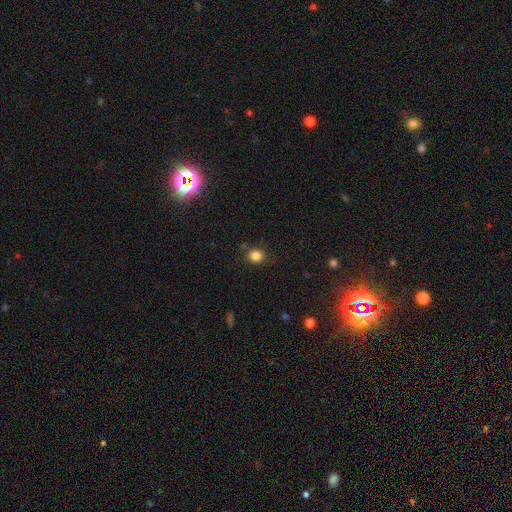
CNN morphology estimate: Smooth or featured? Predicted: smooth (p=0.84). How rounded? Predicted: round (p=0.80). Merging? Predicted: none (p=0.81).